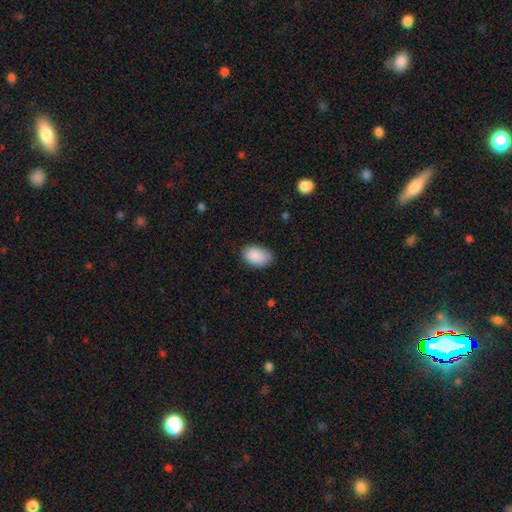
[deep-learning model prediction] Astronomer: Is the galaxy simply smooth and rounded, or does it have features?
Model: smooth — 89%.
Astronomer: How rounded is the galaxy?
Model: in between — 90%.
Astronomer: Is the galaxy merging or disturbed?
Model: none — 76%.